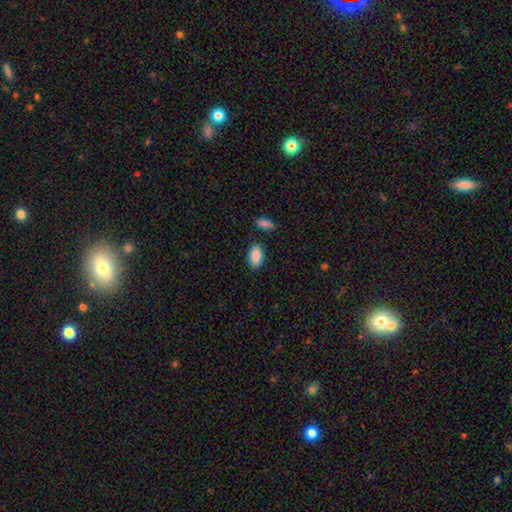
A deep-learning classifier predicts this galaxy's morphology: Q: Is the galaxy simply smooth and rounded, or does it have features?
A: smooth — 89%.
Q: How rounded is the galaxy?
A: in between — 92%.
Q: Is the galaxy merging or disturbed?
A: none — 81%.